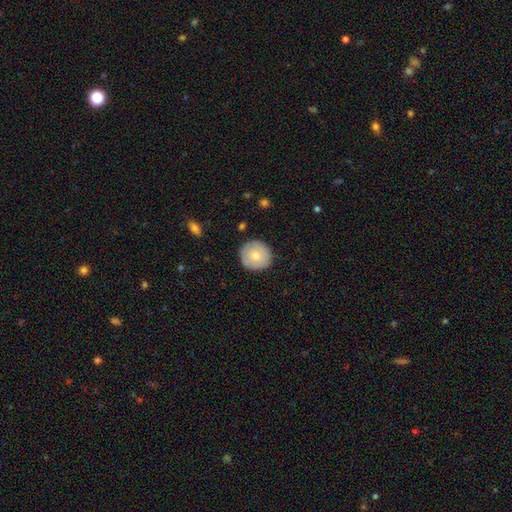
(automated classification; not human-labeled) Smooth or featured? Predicted: smooth (p=0.71). How rounded? Predicted: round (p=0.94). Merging? Predicted: none (p=0.86).